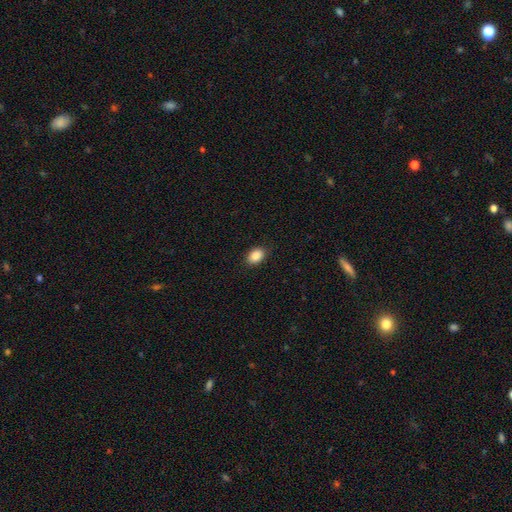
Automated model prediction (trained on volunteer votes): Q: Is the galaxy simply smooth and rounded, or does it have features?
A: smooth — 88%.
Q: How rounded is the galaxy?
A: in between — 83%.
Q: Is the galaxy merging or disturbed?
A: none — 88%.